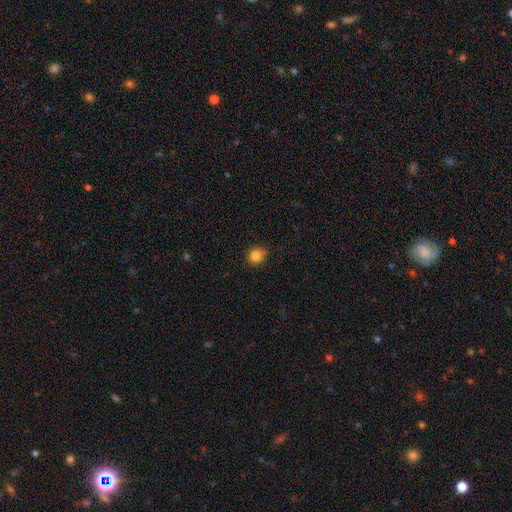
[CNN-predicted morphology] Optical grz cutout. It shows a smooth galaxy with no disk features (85%) that is round (79%). Merging: none (75%).